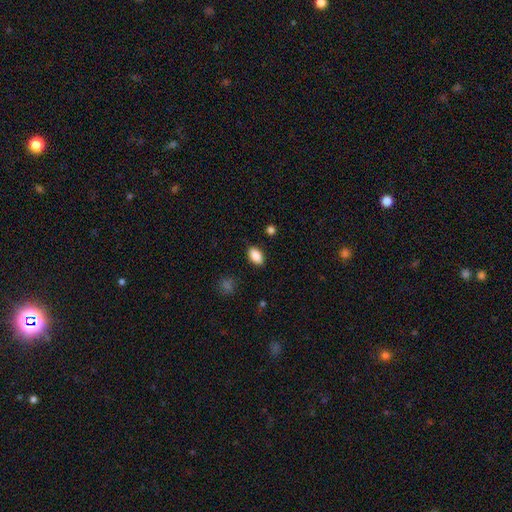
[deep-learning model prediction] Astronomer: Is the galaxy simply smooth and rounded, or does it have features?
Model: smooth — 88%.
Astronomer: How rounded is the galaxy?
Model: in between — 91%.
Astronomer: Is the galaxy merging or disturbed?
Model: none — 86%.